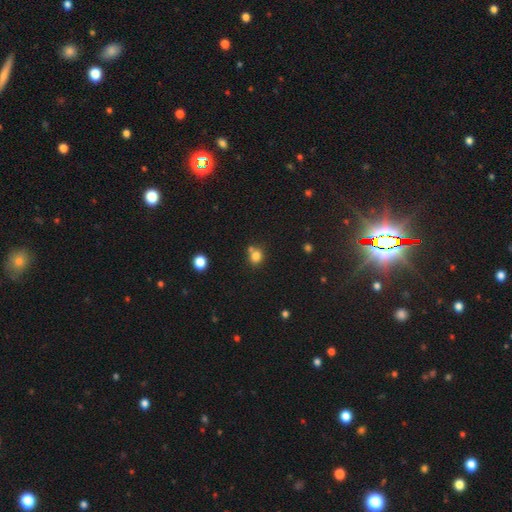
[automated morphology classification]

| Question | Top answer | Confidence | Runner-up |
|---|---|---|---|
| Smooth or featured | smooth | 80% | star or artifact (13%) |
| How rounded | round | 73% | in between (26%) |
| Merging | none | 58% | merger (27%) |